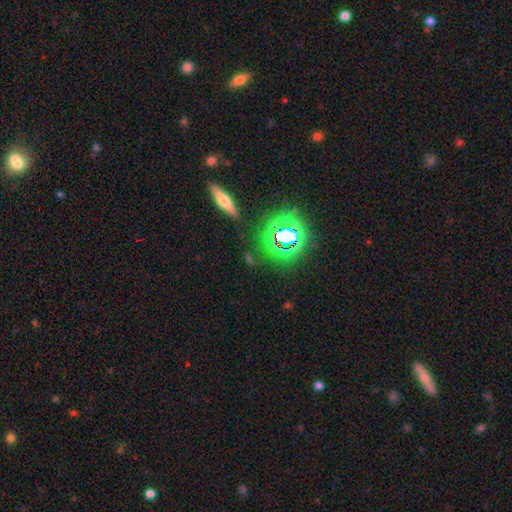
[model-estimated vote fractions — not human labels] Smooth or featured? Predicted: star or artifact (p=0.61).